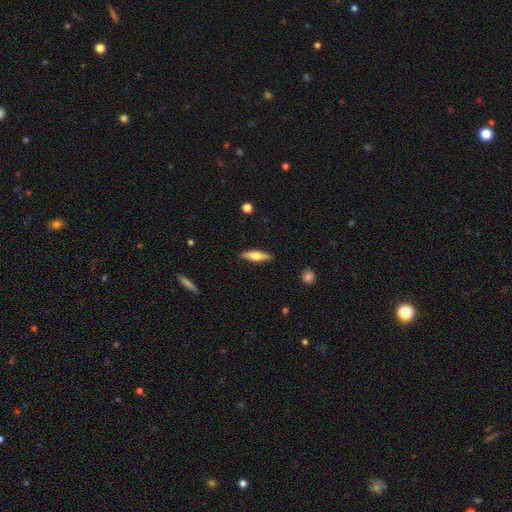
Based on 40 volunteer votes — Morphology: type=featured or disk (48%); edge-on=yes (63%); edge-on bulge=rounded (83%); merging=none (86%).